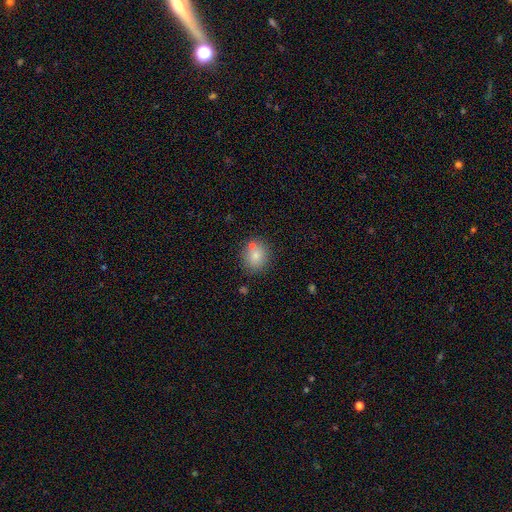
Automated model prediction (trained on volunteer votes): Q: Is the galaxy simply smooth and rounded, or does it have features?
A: smooth — 78%.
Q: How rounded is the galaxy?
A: round — 78%.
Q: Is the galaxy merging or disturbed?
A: none — 70%.